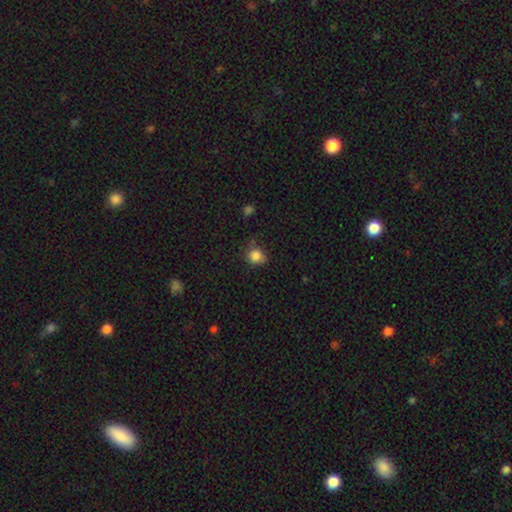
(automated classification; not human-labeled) Smooth or featured: smooth — 84% (star or artifact — 11%)
How rounded: round — 76% (in between — 23%)
Merging: none — 63% (minor disturbance — 26%)